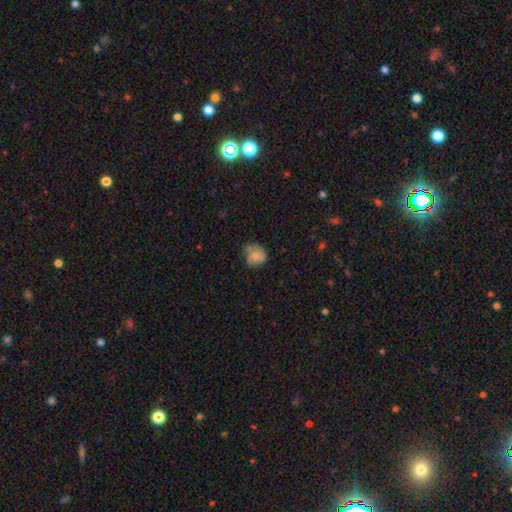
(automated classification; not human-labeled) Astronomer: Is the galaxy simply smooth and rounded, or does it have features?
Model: smooth — 71%.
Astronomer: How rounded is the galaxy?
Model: round — 72%.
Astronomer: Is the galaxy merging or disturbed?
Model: none — 47% (runner-up: minor disturbance, 33%).